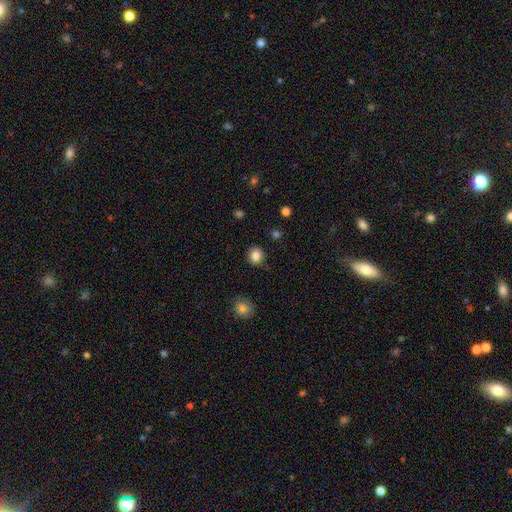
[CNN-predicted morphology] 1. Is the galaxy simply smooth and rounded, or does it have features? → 84% smooth, 10% star or artifact, 6% featured or disk.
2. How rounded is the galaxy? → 77% round, 22% in between, 1% cigar-shaped.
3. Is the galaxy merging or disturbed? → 86% none, 10% minor disturbance, 3% major disturbance, 2% merger.